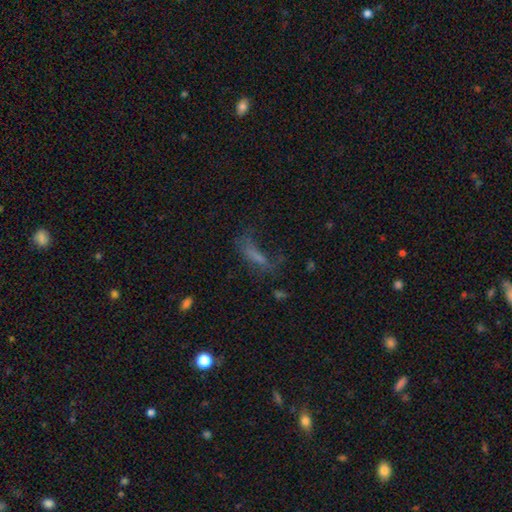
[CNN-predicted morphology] smooth 50%, featured or disk 29%, star or artifact 21%. Down the decision tree: merging — major disturbance (42%).